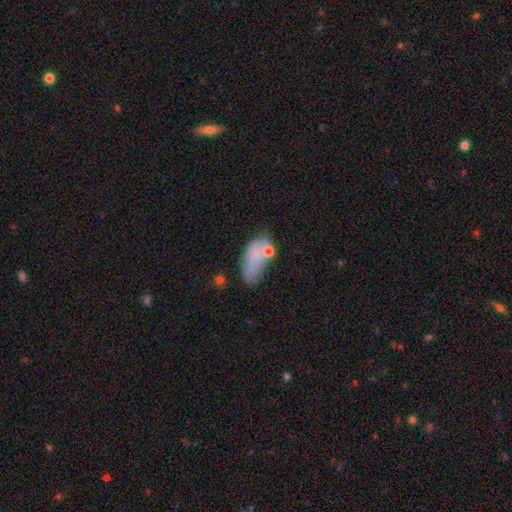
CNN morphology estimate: This is likely a smooth galaxy (67%). How rounded: clearly in between (90%). Merging: marginally none (39%).